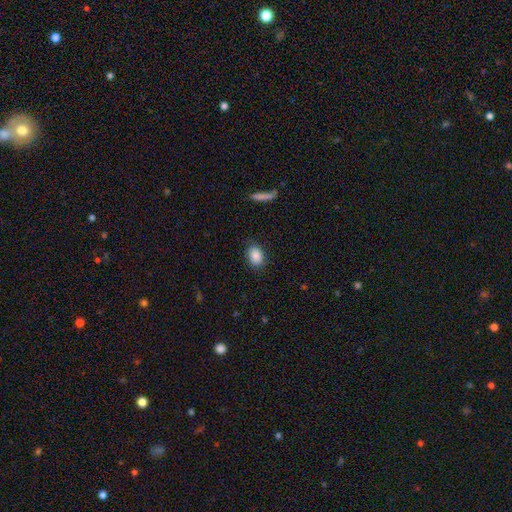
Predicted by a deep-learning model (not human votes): Overall: smooth (88%). How rounded: in between (75%). Merging: none (82%).